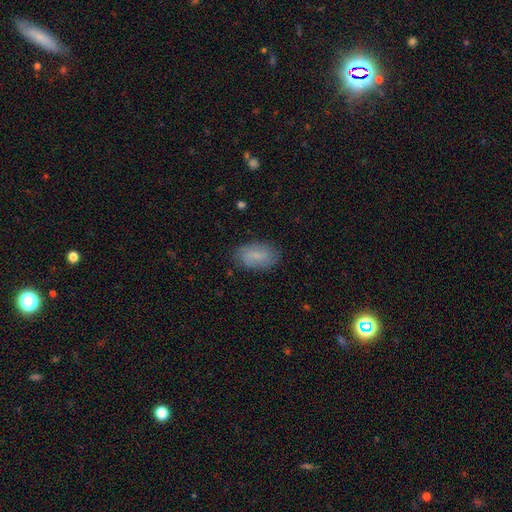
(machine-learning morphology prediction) Q: Smooth or featured?
A: smooth (59%); runner-up: featured or disk (32%)
Q: How rounded?
A: in between (91%); runner-up: round (7%)
Q: Merging?
A: none (79%); runner-up: minor disturbance (16%)